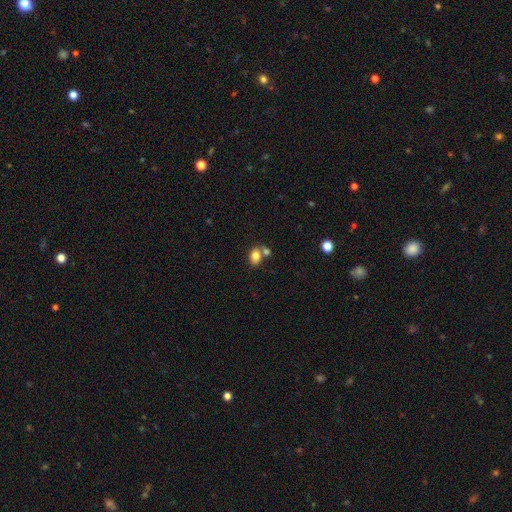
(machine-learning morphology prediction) type=smooth (81%); roundness=in between (70%); merging=none (49%).